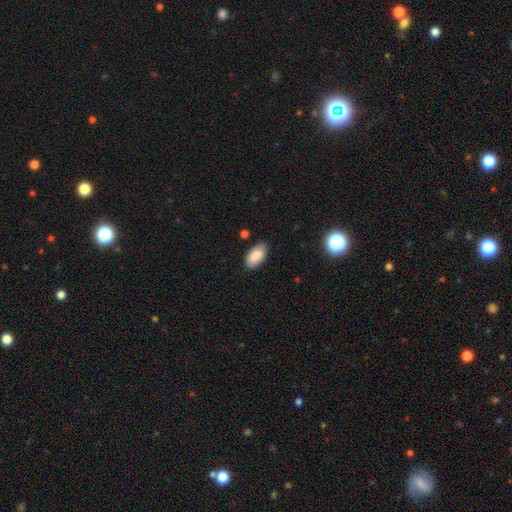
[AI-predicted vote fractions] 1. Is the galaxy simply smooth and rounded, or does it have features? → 85% smooth, 8% featured or disk, 7% star or artifact.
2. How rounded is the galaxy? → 94% in between, 3% cigar-shaped, 3% round.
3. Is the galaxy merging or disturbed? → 82% none, 14% minor disturbance, 3% major disturbance, 2% merger.